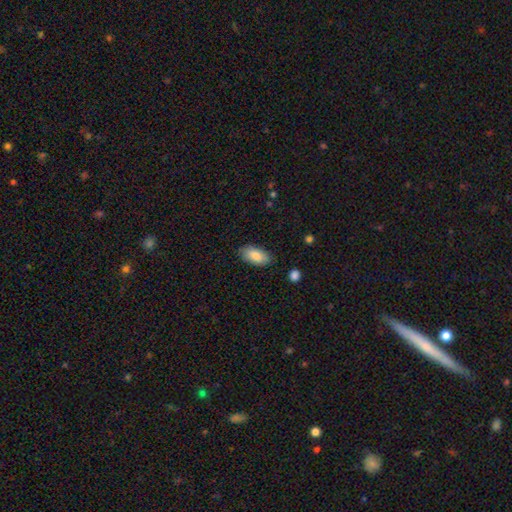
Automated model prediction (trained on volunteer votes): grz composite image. It shows a smooth galaxy with no disk features (86%) that is in between round and cigar-shaped (93%). Merging: none (83%).